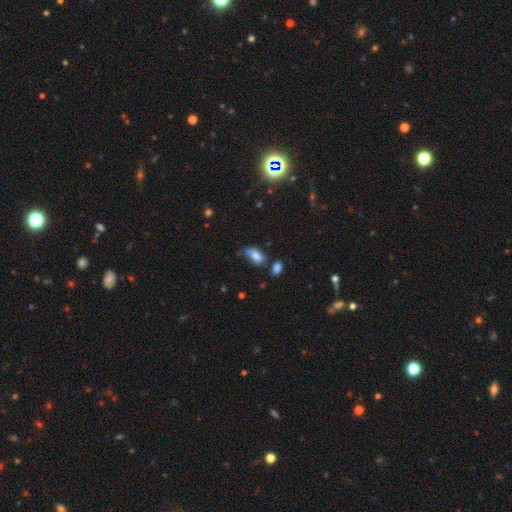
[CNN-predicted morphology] Smooth or featured: smooth — 79% (featured or disk — 12%)
How rounded: in between — 89% (cigar-shaped — 6%)
Merging: none — 41% (minor disturbance — 35%)